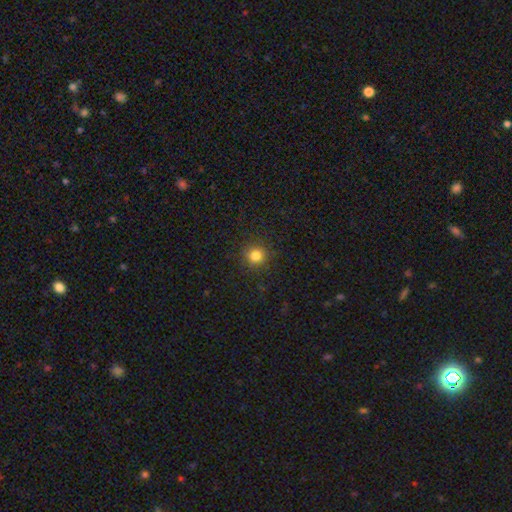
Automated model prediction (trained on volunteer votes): Smooth or featured? smooth (81%)
How rounded? round (93%)
Merging? none (91%)